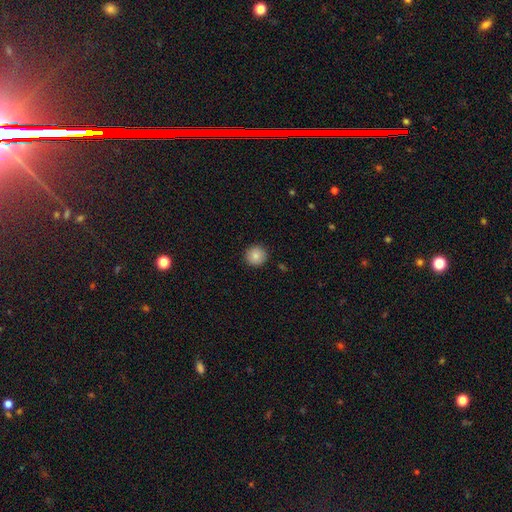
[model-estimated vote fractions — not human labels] Smooth or featured?
  - smooth: 85% *
  - star or artifact: 9%
  - featured or disk: 6%
How rounded?
  - round: 94% *
  - in between: 5%
  - cigar-shaped: 1%
Merging?
  - none: 91% *
  - minor disturbance: 6%
  - major disturbance: 2%
  - merger: 1%